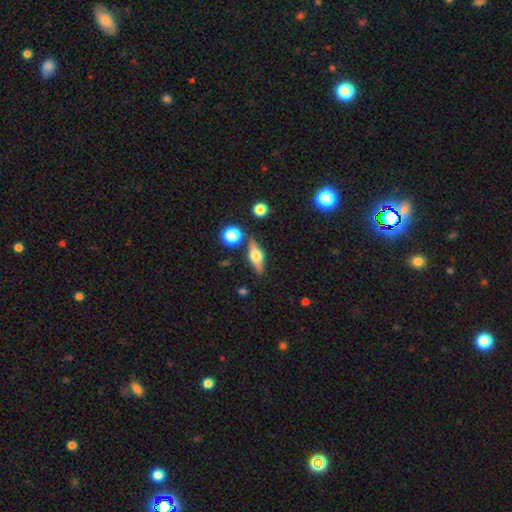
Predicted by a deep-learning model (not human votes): Smooth or featured?
  - featured or disk: 59% *
  - smooth: 32%
  - star or artifact: 9%
Edge-on disk?
  - yes: 93% *
  - no: 7%
Edge-on bulge?
  - rounded: 93% *
  - boxy: 6%
  - none: 1%
Merging?
  - none: 81% *
  - minor disturbance: 10%
  - merger: 5%
  - major disturbance: 3%